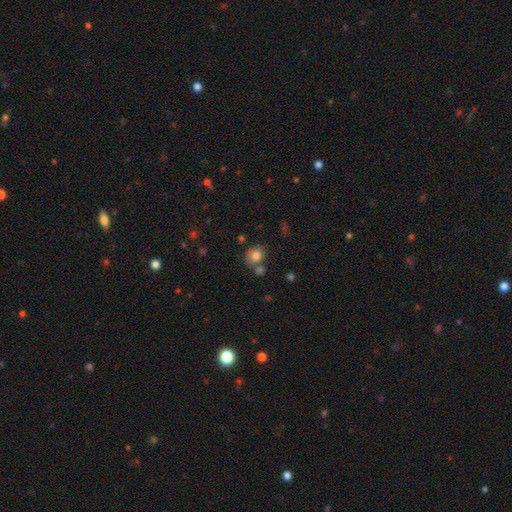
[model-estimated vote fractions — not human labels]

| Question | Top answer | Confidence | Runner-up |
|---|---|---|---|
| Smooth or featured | smooth | 80% | star or artifact (10%) |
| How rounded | round | 71% | in between (28%) |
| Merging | none | 60% | merger (21%) |